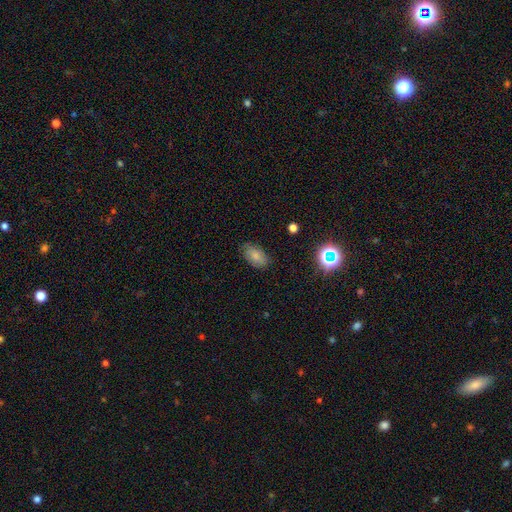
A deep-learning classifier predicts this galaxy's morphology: Q: Smooth or featured?
A: smooth (74%); runner-up: featured or disk (15%)
Q: How rounded?
A: in between (91%); runner-up: round (6%)
Q: Merging?
A: none (76%); runner-up: minor disturbance (18%)